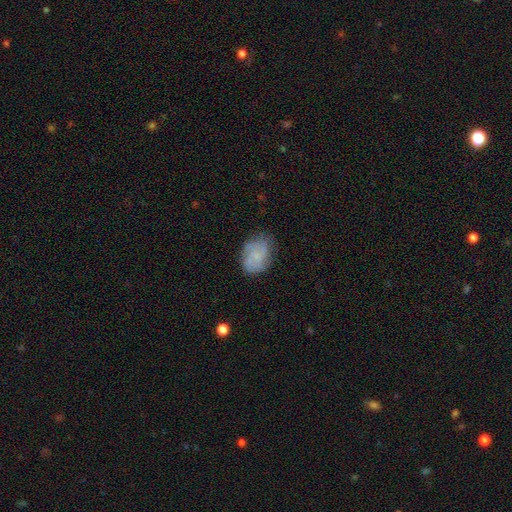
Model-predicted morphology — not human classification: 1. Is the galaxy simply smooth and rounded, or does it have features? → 48% smooth, 42% featured or disk, 10% star or artifact.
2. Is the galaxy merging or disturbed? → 69% none, 22% minor disturbance, 8% major disturbance, 1% merger.